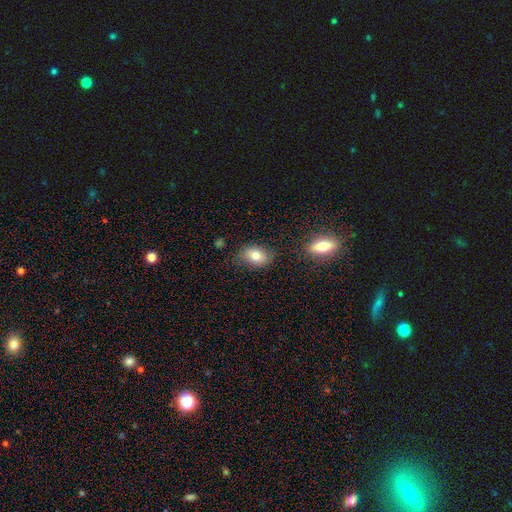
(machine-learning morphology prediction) Overall: smooth (79%). How rounded: in between (78%). Merging: none (78%).